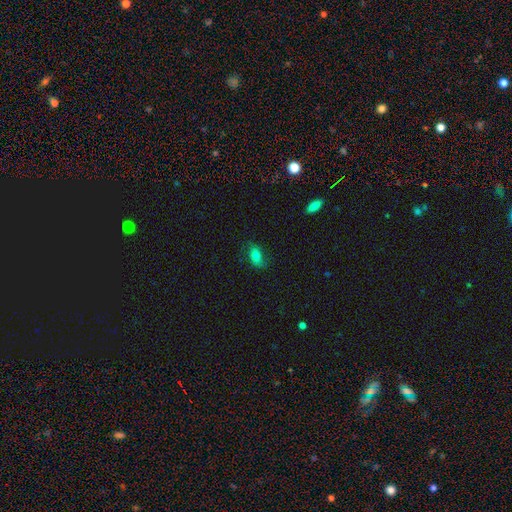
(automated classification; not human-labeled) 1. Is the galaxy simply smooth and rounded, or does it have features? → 67% smooth, 23% featured or disk, 11% star or artifact.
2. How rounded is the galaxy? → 83% in between, 12% round, 5% cigar-shaped.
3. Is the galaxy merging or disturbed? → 72% none, 20% minor disturbance, 7% major disturbance, 1% merger.